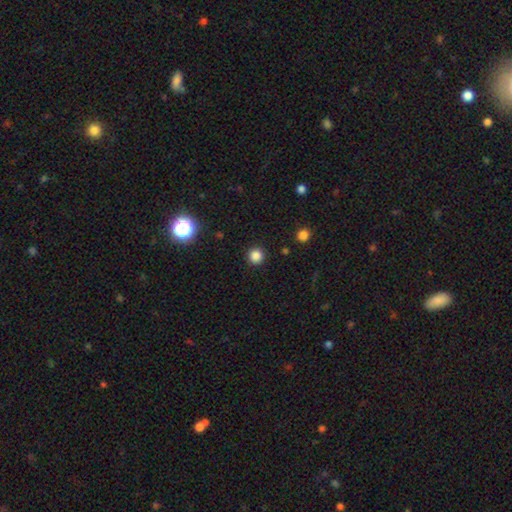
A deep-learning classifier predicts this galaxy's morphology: The model was most divided on "smooth or featured": smooth: 84%, star or artifact: 13%, featured or disk: 3%. More confident: how rounded — round (94%); merging — none (92%).